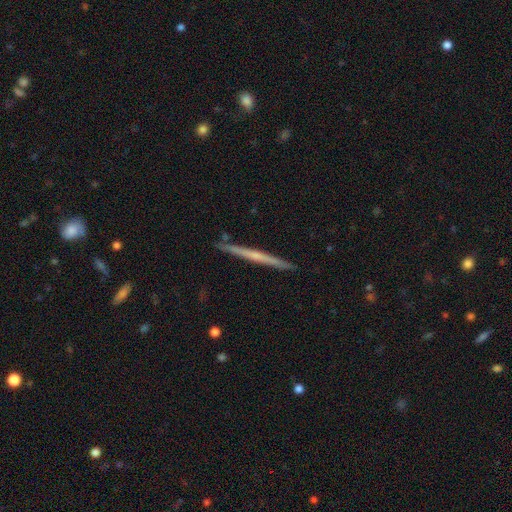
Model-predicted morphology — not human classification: A featured or disk galaxy (62%) viewed edge-on (98%) with no central bulge (68%). Merging: none (91%).